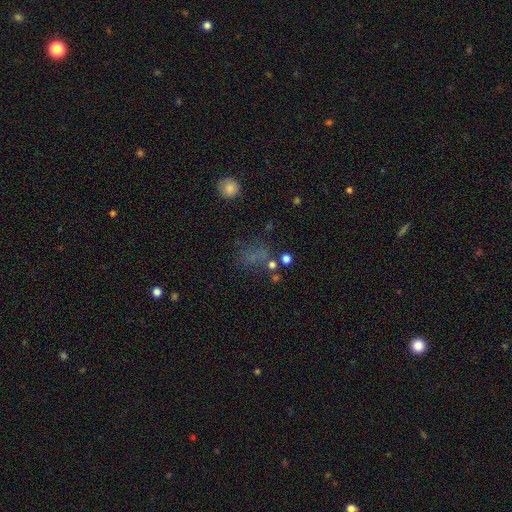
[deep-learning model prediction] Smooth or featured? smooth (50%)
Merging? none (51%)